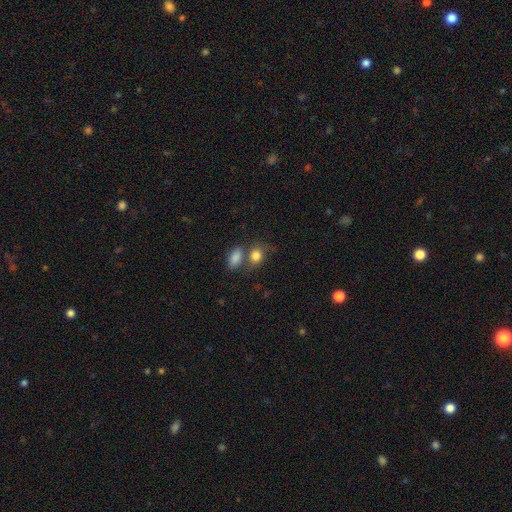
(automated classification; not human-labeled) Smooth or featured? smooth (83%)
How rounded? in between (55%)
Merging? none (44%)